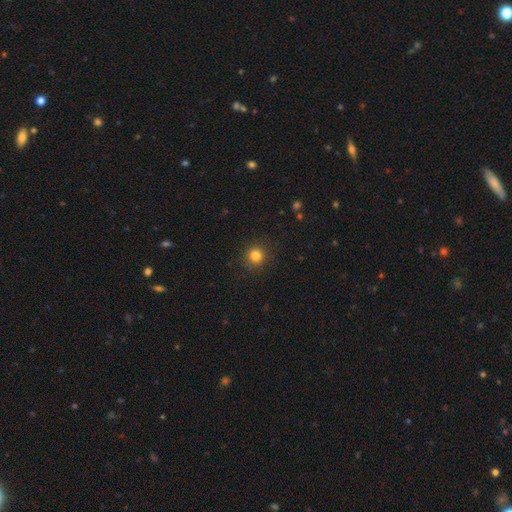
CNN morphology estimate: Overall: smooth (82%). How rounded: round (93%). Merging: none (91%).